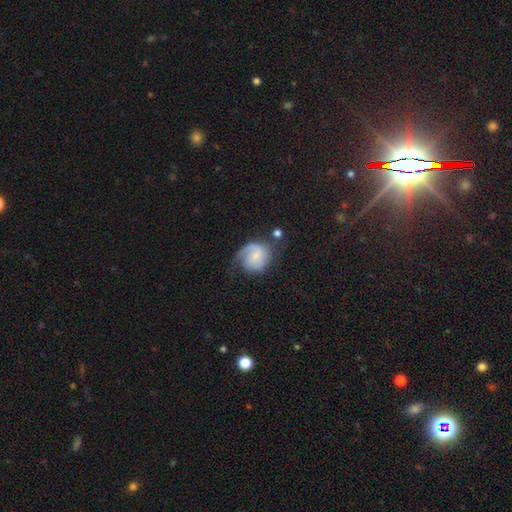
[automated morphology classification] Smooth or featured? featured or disk (60%)
Edge-on disk? no (98%)
Bar? no (55%)
Spiral arms? yes (90%)
Spiral winding? medium (39%)
Spiral arm count? 1 (52%)
Bulge size? small (53%)
Merging? none (47%)